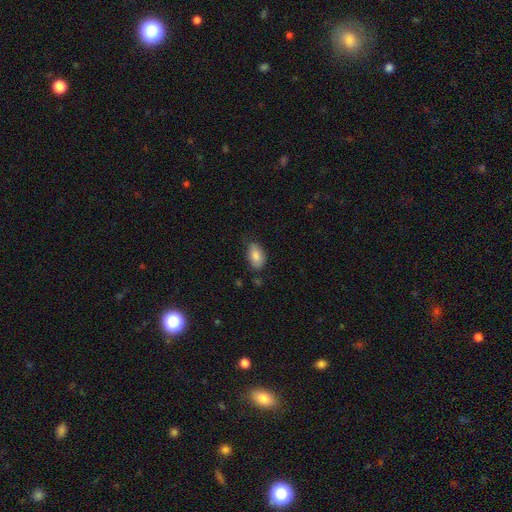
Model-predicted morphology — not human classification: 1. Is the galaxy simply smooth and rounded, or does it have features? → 83% smooth, 9% featured or disk, 8% star or artifact.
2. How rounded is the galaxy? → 91% in between, 6% round, 2% cigar-shaped.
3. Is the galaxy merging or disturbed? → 69% none, 24% minor disturbance, 4% major disturbance, 2% merger.